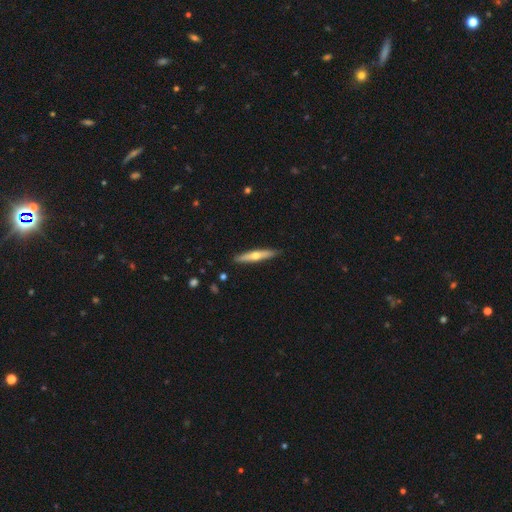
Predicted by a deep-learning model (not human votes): A featured or disk galaxy (53%) viewed edge-on (94%). Merging: none (90%).